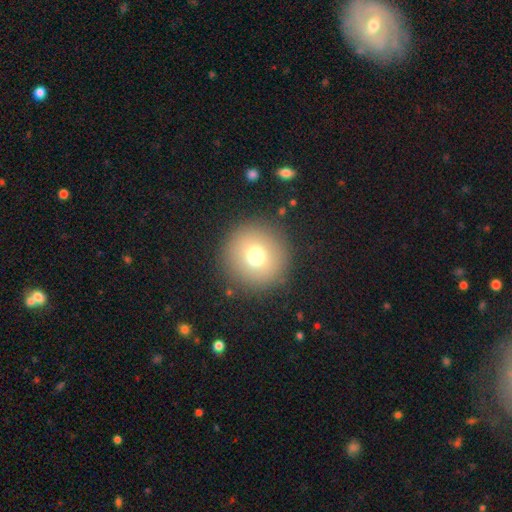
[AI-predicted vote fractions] smooth_or_featured: smooth (p=0.72) [alt: star or artifact p=0.14]
how_rounded: round (p=0.96) [alt: in between p=0.03]
merging: none (p=0.90) [alt: minor disturbance p=0.06]